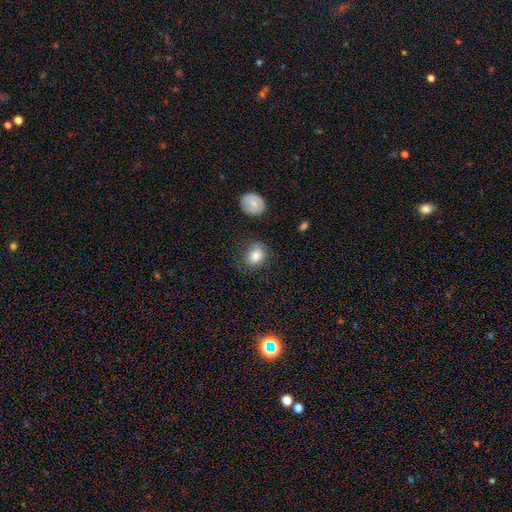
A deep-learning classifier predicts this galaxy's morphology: smooth-or-featured: smooth: 83% | star or artifact: 8% | featured or disk: 8%
  how-rounded: round: 55% | in between: 44% | cigar-shaped: 1%
  merging: none: 70% | minor disturbance: 20% | major disturbance: 7% | merger: 3%